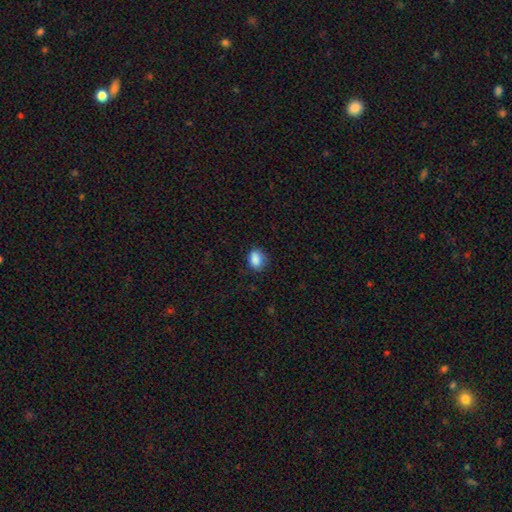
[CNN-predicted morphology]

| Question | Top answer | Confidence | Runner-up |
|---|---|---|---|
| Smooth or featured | smooth | 87% | star or artifact (9%) |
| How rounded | in between | 53% | round (46%) |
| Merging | none | 79% | minor disturbance (16%) |